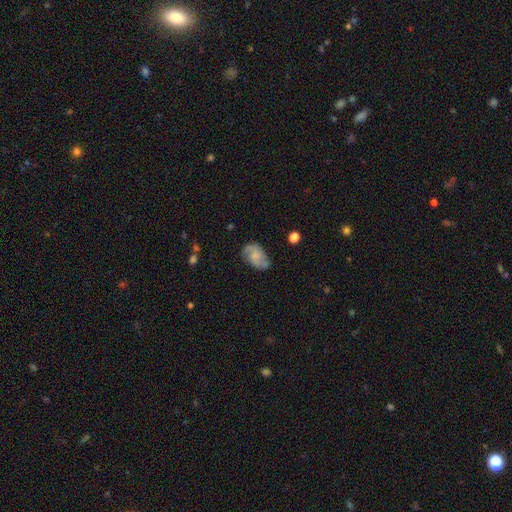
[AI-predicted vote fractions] smooth_or_featured: featured or disk (p=0.49) [alt: smooth p=0.43]
merging: none (p=0.61) [alt: minor disturbance p=0.26]